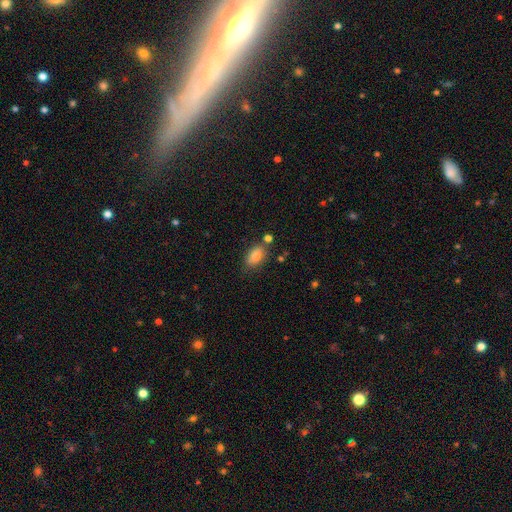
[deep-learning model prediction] Q: Smooth or featured?
A: smooth (85%); runner-up: star or artifact (8%)
Q: How rounded?
A: in between (90%); runner-up: round (8%)
Q: Merging?
A: none (70%); runner-up: minor disturbance (17%)